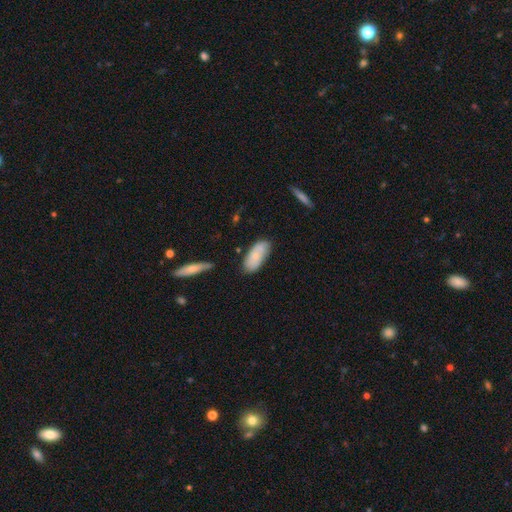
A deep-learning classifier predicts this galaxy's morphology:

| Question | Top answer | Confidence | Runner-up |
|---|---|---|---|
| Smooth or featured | smooth | 73% | featured or disk (21%) |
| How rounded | in between | 88% | cigar-shaped (10%) |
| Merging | none | 69% | minor disturbance (22%) |